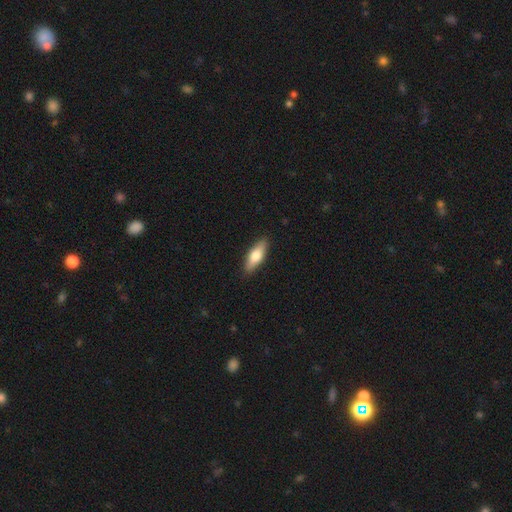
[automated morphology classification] smooth 68%, featured or disk 26%, star or artifact 6%. Down the decision tree: how rounded — in between (58%); merging — none (89%).